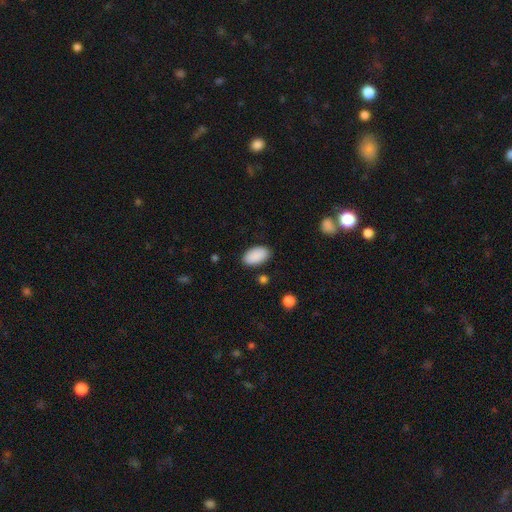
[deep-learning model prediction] smooth-or-featured: smooth: 90% | star or artifact: 6% | featured or disk: 3%
  how-rounded: in between: 95% | round: 3% | cigar-shaped: 2%
  merging: none: 86% | minor disturbance: 10% | major disturbance: 2% | merger: 2%